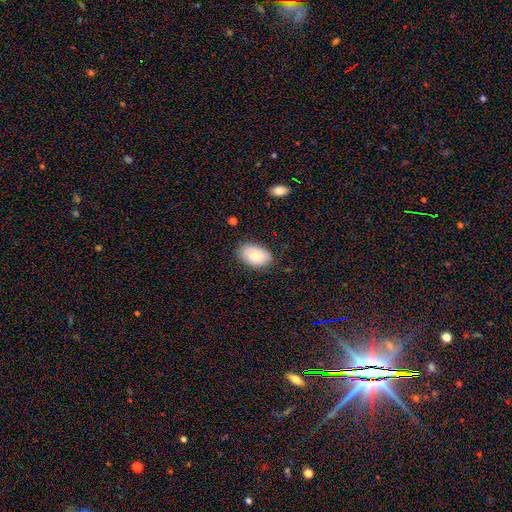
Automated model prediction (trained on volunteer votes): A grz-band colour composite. It shows a smooth galaxy with no disk features (79%) that is in between round and cigar-shaped (92%). Merging: none (81%).